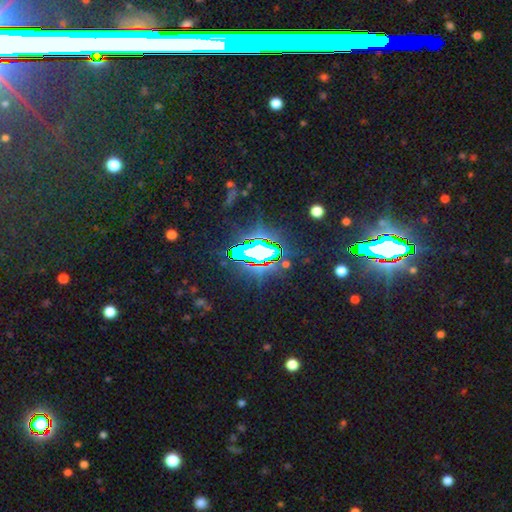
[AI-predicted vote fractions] Smooth or featured? star or artifact (77%)